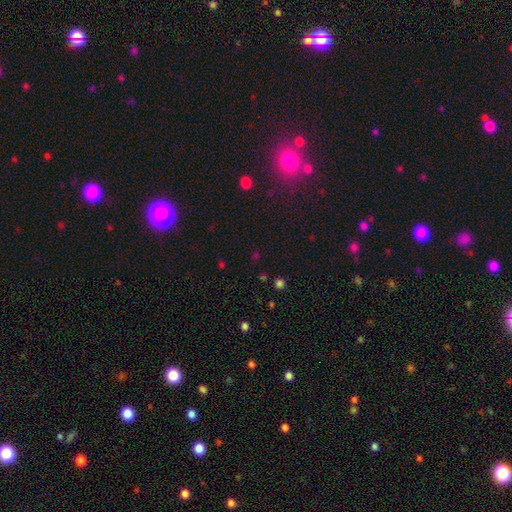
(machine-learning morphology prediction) Smooth or featured: star or artifact — 52% (smooth — 41%)